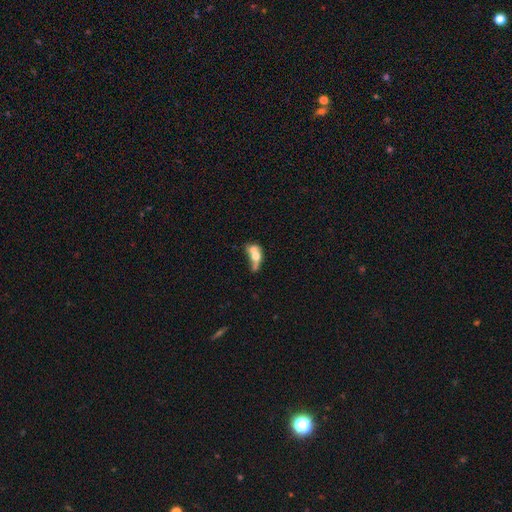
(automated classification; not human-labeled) Smooth or featured?
  - smooth: 54% *
  - featured or disk: 37%
  - star or artifact: 9%
How rounded?
  - in between: 65% *
  - round: 23%
  - cigar-shaped: 12%
Merging?
  - merger: 61% *
  - none: 15%
  - major disturbance: 15%
  - minor disturbance: 9%